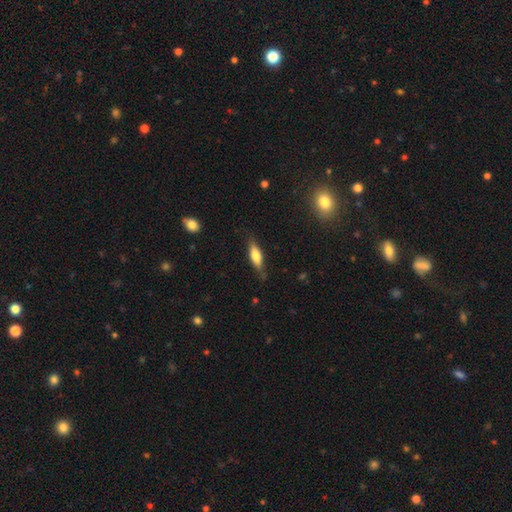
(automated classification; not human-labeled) Smooth or featured? Predicted: smooth (p=0.60). How rounded? Predicted: cigar-shaped (p=0.50). Merging? Predicted: none (p=0.77).